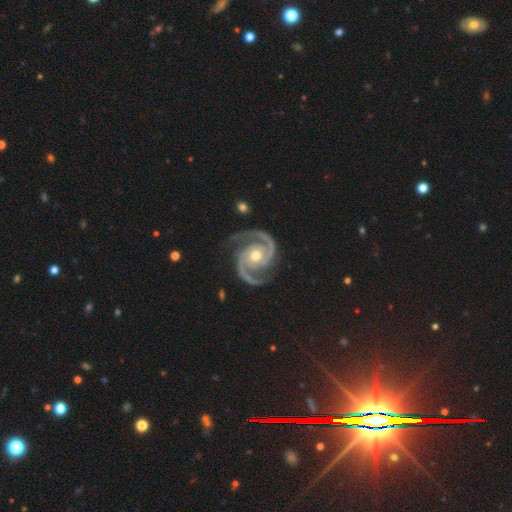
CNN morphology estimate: smooth-or-featured: featured or disk: 95% | star or artifact: 4% | smooth: 2%
  disk-edge-on: no: 98% | yes: 2%
    bar: no: 68% | weak: 20% | strong: 12%
    has-spiral-arms: yes: 99% | no: 1%
      spiral-winding: tight: 47% (tied) | medium: 47% (tied) | loose: 6%
      spiral-arm-count: 2: 91% | 3: 4% | can't tell: 1% | 4: 1% | 1: 1% | more than 4: 1%
    bulge-size: moderate: 73% | small: 21% | large: 4% | none: 1% | dominant: 1%
  merging: none: 81% | minor disturbance: 13% | major disturbance: 4% | merger: 1%